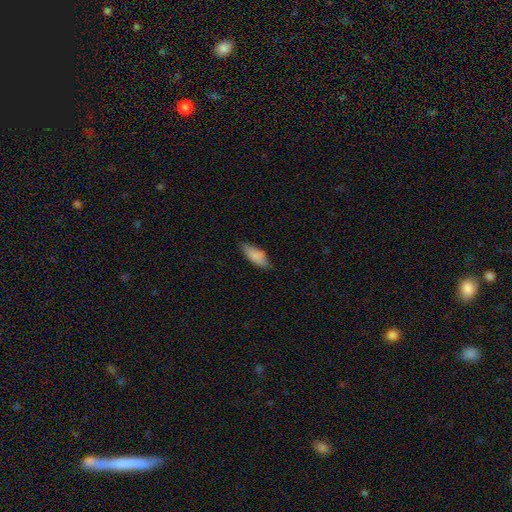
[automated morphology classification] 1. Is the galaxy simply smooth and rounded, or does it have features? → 81% smooth, 13% featured or disk, 7% star or artifact.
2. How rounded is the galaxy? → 79% in between, 19% cigar-shaped, 2% round.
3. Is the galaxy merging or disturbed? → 67% none, 27% minor disturbance, 5% major disturbance, 1% merger.